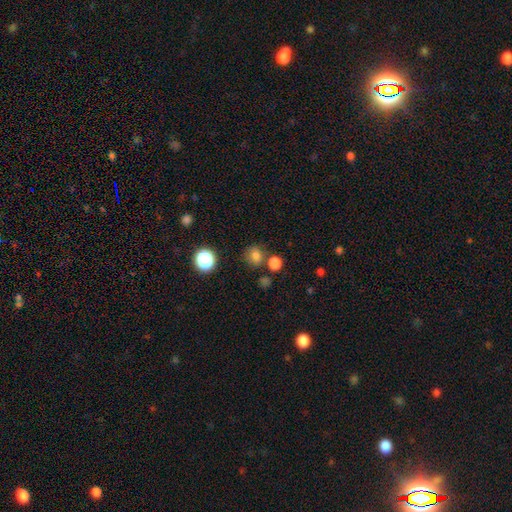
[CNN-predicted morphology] Smooth or featured? smooth (77%)
How rounded? round (76%)
Merging? none (73%)